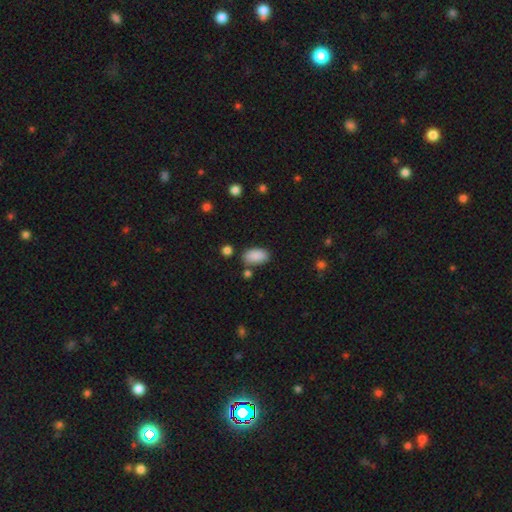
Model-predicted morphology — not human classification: smooth 89%, star or artifact 7%, featured or disk 4%. Down the decision tree: how rounded — in between (94%); merging — none (77%).